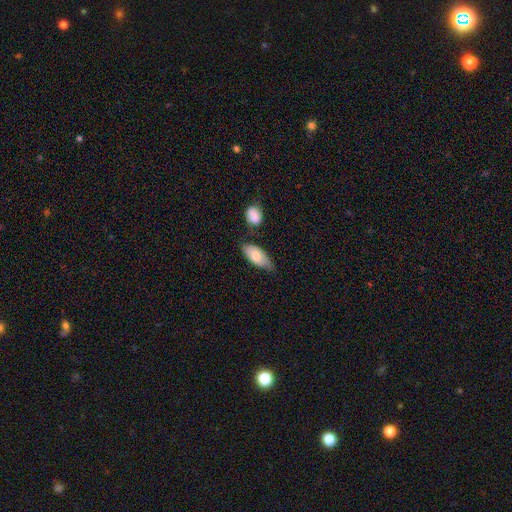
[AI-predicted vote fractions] smooth-or-featured: smooth: 72% | featured or disk: 21% | star or artifact: 6%
  how-rounded: in between: 88% | cigar-shaped: 9% | round: 3%
  merging: none: 62% | minor disturbance: 24% | merger: 8% | major disturbance: 5%